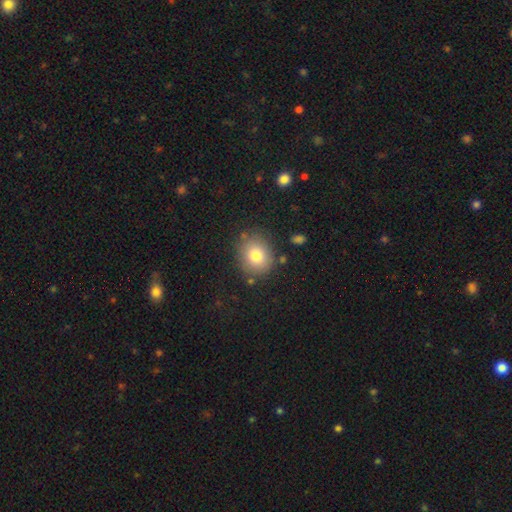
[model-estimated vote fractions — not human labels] Q: Smooth or featured?
A: smooth (78%); runner-up: star or artifact (11%)
Q: How rounded?
A: round (68%); runner-up: in between (31%)
Q: Merging?
A: none (82%); runner-up: minor disturbance (11%)